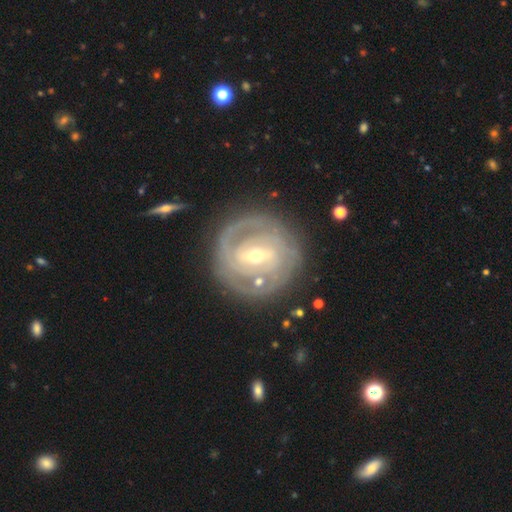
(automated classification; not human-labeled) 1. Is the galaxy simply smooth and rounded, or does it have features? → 84% featured or disk, 10% smooth, 5% star or artifact.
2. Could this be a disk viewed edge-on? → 96% no, 4% yes.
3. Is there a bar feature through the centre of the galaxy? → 45% weak, 37% strong, 18% no.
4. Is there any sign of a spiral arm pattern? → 90% yes, 10% no.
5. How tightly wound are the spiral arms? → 71% tight, 23% medium, 6% loose.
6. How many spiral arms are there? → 42% 2, 29% can't tell, 15% 3, 6% 4, 5% 1, 4% more than 4.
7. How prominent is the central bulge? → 56% small, 41% moderate, 2% large, 1% none, 1% dominant.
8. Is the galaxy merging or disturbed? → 80% none, 12% minor disturbance, 5% major disturbance, 3% merger.